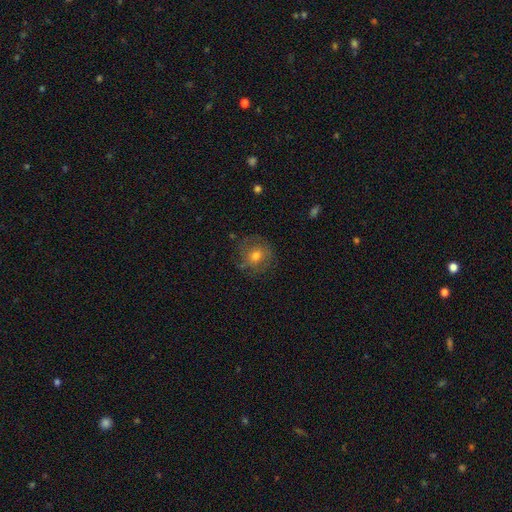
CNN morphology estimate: A smooth galaxy with no disk features (56%) that is round (87%).

Vote fractions:
- Smooth or featured? smooth: 56% / featured or disk: 31% / star or artifact: 13%
- How rounded? round: 87% / in between: 12% / cigar-shaped: 1%
- Merging? none: 74% / minor disturbance: 17% / major disturbance: 7% / merger: 2%